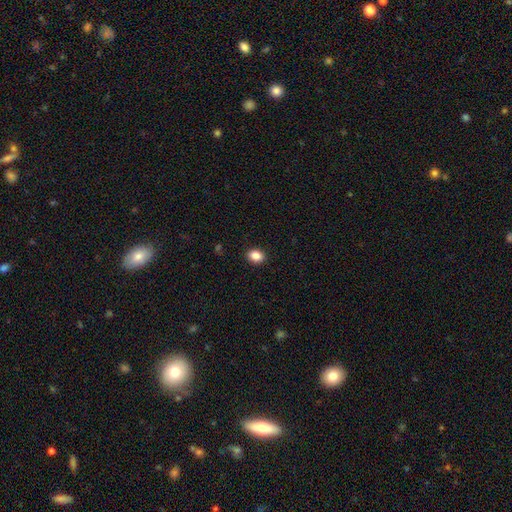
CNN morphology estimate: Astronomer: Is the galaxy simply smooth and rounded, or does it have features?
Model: smooth — 87%.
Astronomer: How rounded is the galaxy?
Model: in between — 63%.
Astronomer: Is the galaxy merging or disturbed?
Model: none — 91%.